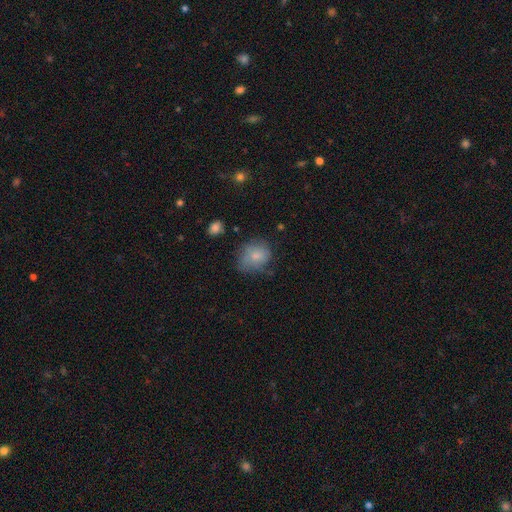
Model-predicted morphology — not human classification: Q: Smooth or featured?
A: smooth (77%); runner-up: featured or disk (15%)
Q: How rounded?
A: round (65%); runner-up: in between (34%)
Q: Merging?
A: none (55%); runner-up: minor disturbance (30%)